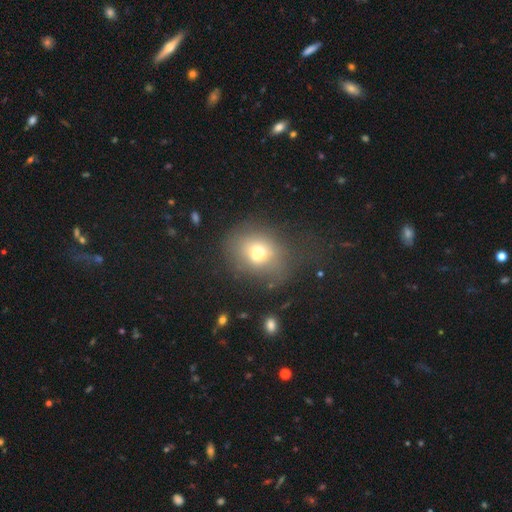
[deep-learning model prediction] smooth-or-featured: smooth: 67% | featured or disk: 18% | star or artifact: 15%
  how-rounded: round: 61% | in between: 38% | cigar-shaped: 1%
  merging: none: 52% | minor disturbance: 20% | major disturbance: 17% | merger: 11%